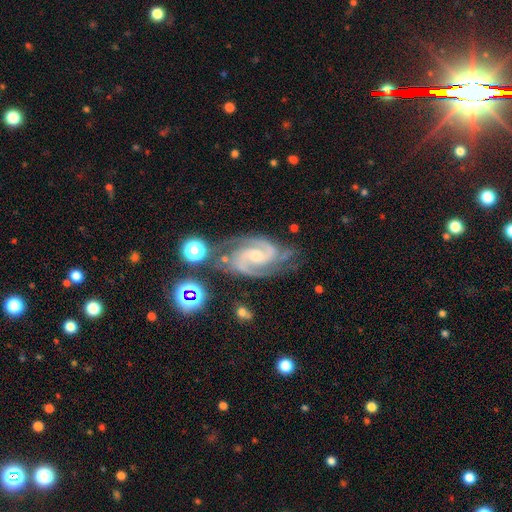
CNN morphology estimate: Q: Smooth or featured?
A: featured or disk (92%); runner-up: star or artifact (5%)
Q: Edge-on disk?
A: no (98%); runner-up: yes (2%)
Q: Bar?
A: no (43%); runner-up: weak (42%)
Q: Spiral arms?
A: yes (99%); runner-up: no (1%)
Q: Spiral winding?
A: medium (55%); runner-up: tight (37%)
Q: Spiral arm count?
A: 2 (76%); runner-up: 3 (14%)
Q: Bulge size?
A: small (51%); runner-up: moderate (45%)
Q: Merging?
A: none (69%); runner-up: minor disturbance (19%)